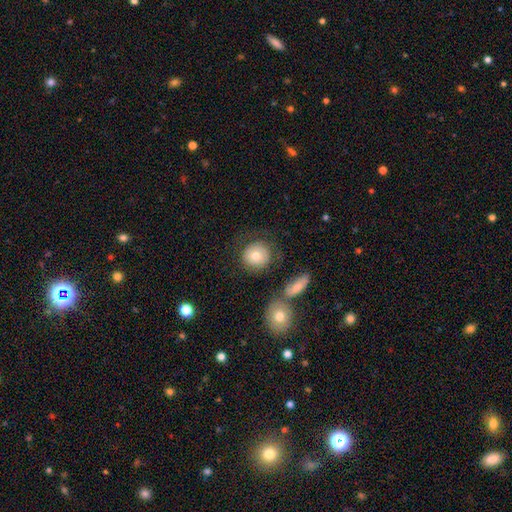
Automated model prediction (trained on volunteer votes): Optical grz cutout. It shows a smooth galaxy with no disk features (74%) that is round (87%). Merging: none (70%).